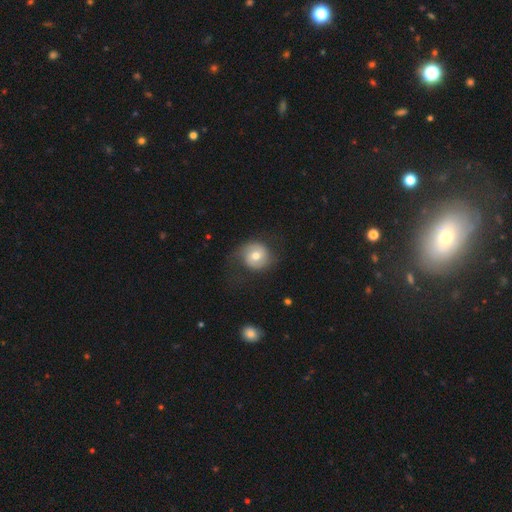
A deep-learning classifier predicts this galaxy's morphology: smooth_or_featured: smooth (p=0.52) [alt: featured or disk p=0.40]
how_rounded: round (p=0.82) [alt: in between p=0.17]
merging: none (p=0.60) [alt: minor disturbance p=0.20]